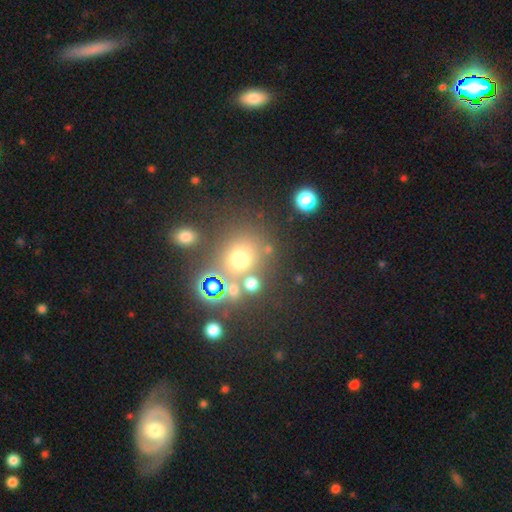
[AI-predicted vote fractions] Smooth or featured: smooth — 51% (star or artifact — 36%)
How rounded: round — 79% (in between — 20%)
Merging: none — 66% (merger — 17%)